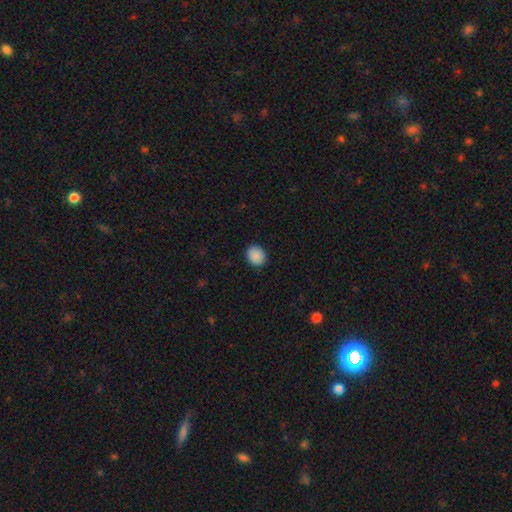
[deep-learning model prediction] Smooth or featured?
  - smooth: 89% *
  - star or artifact: 8%
  - featured or disk: 3%
How rounded?
  - round: 72% *
  - in between: 27%
  - cigar-shaped: 1%
Merging?
  - none: 90% *
  - minor disturbance: 7%
  - major disturbance: 2%
  - merger: 1%